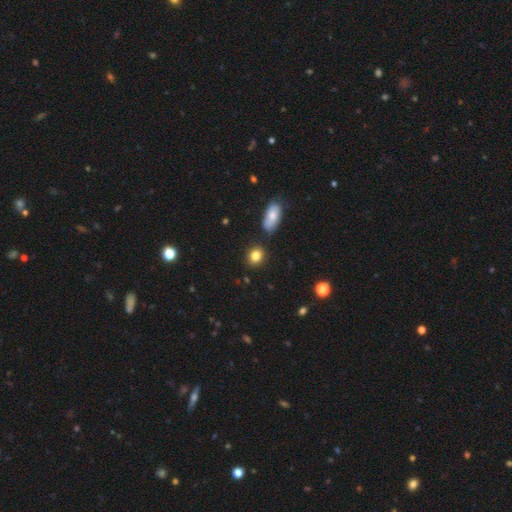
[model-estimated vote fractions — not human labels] smooth-or-featured: smooth: 83% | star or artifact: 10% | featured or disk: 7%
  how-rounded: round: 62% | in between: 36% | cigar-shaped: 2%
  merging: none: 84% | minor disturbance: 9% | merger: 5% | major disturbance: 2%